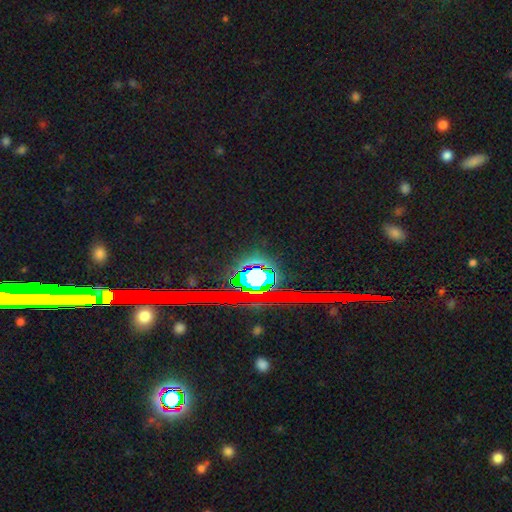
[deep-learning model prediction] Morphology: type=star or artifact (72%).